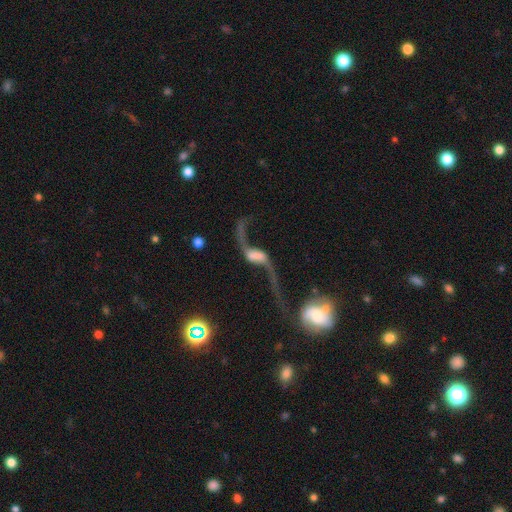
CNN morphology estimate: type=featured or disk (86%); edge-on=no (93%); bar=weak (37%); spiral arms=yes (94%); winding=loose (95%); arm count=2 (93%); bulge=none (38%); merging=none (46%).